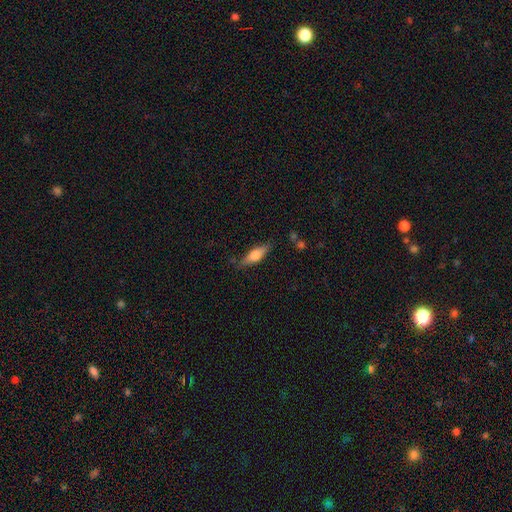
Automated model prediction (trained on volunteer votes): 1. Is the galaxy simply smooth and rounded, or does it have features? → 49% smooth, 45% featured or disk, 7% star or artifact.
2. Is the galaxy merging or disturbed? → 82% none, 13% minor disturbance, 3% major disturbance, 2% merger.